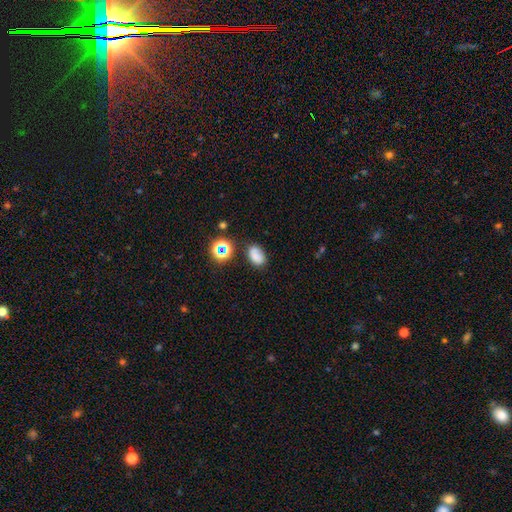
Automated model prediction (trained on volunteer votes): Q: Smooth or featured?
A: smooth (73%); runner-up: star or artifact (16%)
Q: How rounded?
A: in between (79%); runner-up: round (19%)
Q: Merging?
A: none (63%); runner-up: minor disturbance (20%)